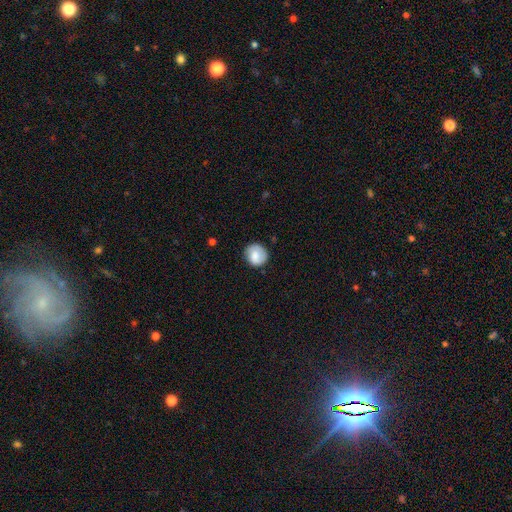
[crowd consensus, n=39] Smooth or featured? smooth (77%)
How rounded? round (80%)
Merging? none (69%)